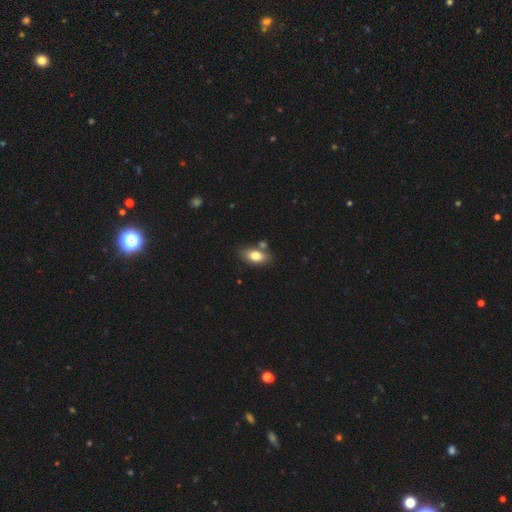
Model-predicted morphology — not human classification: type=smooth (77%); roundness=in between (88%); merging=none (71%).